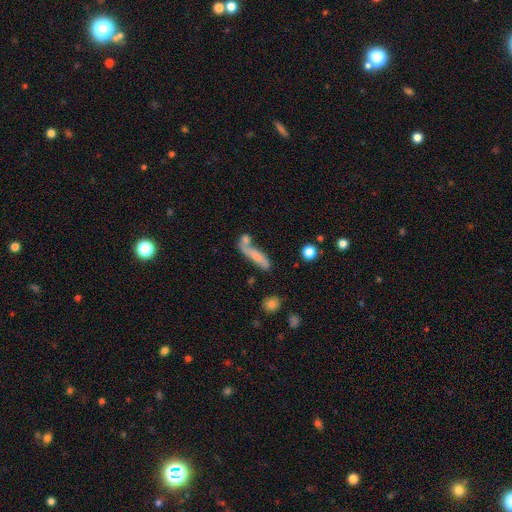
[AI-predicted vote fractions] This appears to be a smooth galaxy with no disk features (55%) that is cigar-shaped (73%). Merging: none (43%).